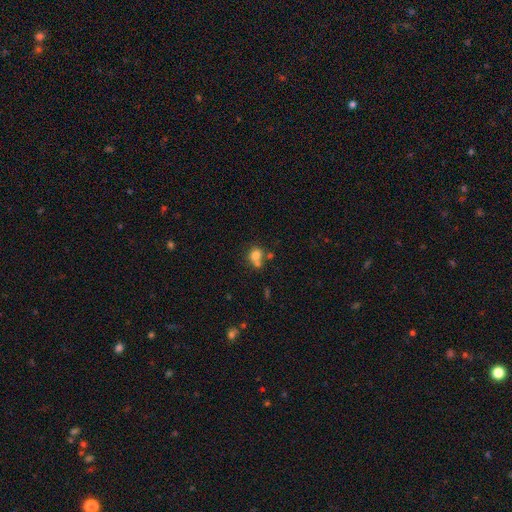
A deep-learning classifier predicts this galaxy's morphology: This appears to be a smooth galaxy with no disk features (75%) that is round (69%). Merging: merger (43%).